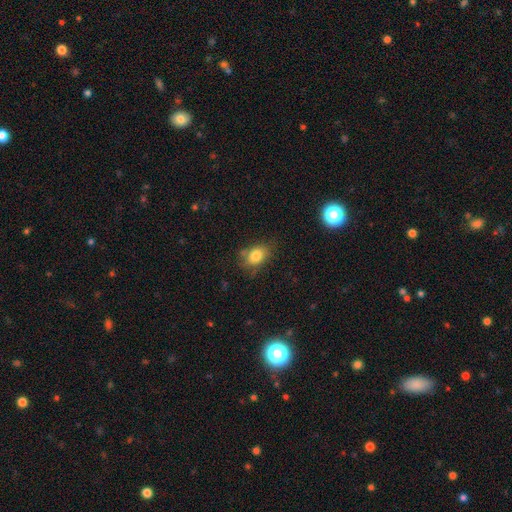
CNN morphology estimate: smooth-or-featured: smooth: 80% | featured or disk: 10% | star or artifact: 10%
  how-rounded: in between: 76% | round: 22% | cigar-shaped: 2%
  merging: none: 64% | minor disturbance: 25% | major disturbance: 8% | merger: 4%